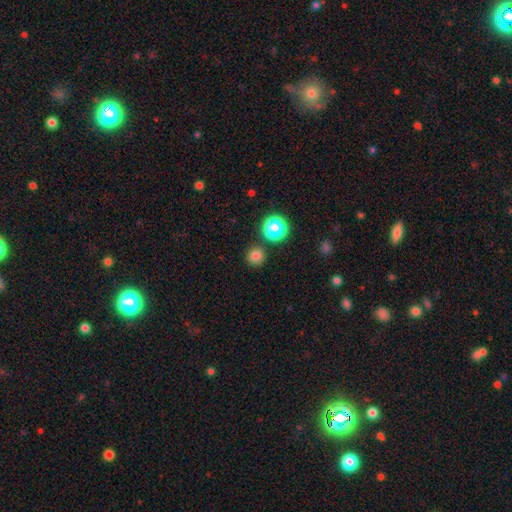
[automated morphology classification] smooth_or_featured: smooth (p=0.76) [alt: star or artifact p=0.18]
how_rounded: round (p=0.94) [alt: in between p=0.05]
merging: none (p=0.86) [alt: minor disturbance p=0.07]